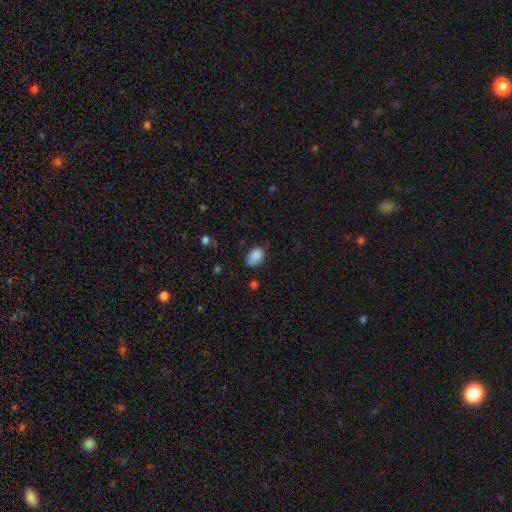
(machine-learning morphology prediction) This is clearly a smooth galaxy (86%). How rounded: clearly in between (85%). Merging: likely none (64%).